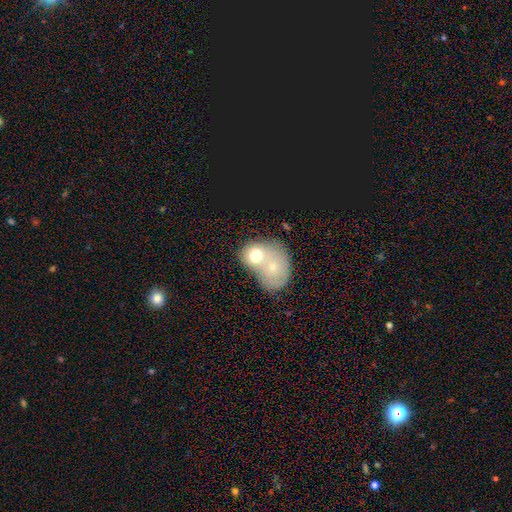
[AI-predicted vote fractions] A smooth galaxy with no disk features (64%) that is round (51%). Merging: merger (72%).